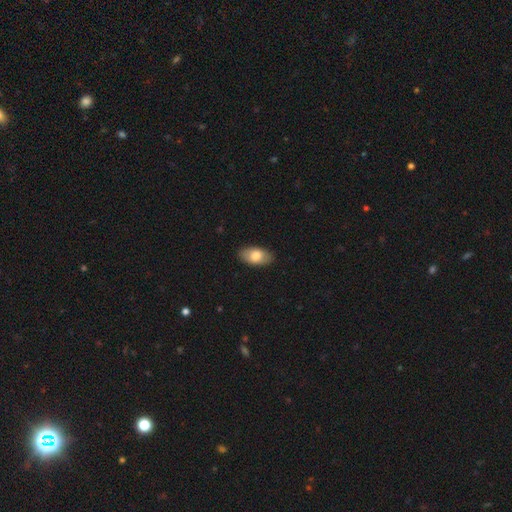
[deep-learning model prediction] A smooth galaxy with no disk features (77%) that is in between round and cigar-shaped (94%).

Vote fractions:
- Smooth or featured? smooth: 77% / featured or disk: 17% / star or artifact: 6%
- How rounded? in between: 94% / round: 4% / cigar-shaped: 2%
- Merging? none: 87% / minor disturbance: 10% / major disturbance: 2% / merger: 1%